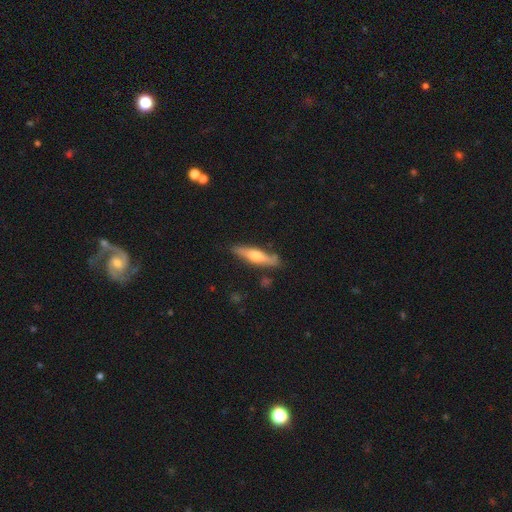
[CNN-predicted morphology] Q: Smooth or featured?
A: featured or disk (50%); runner-up: smooth (44%)
Q: Edge-on disk?
A: yes (91%); runner-up: no (9%)
Q: Merging?
A: none (82%); runner-up: minor disturbance (13%)